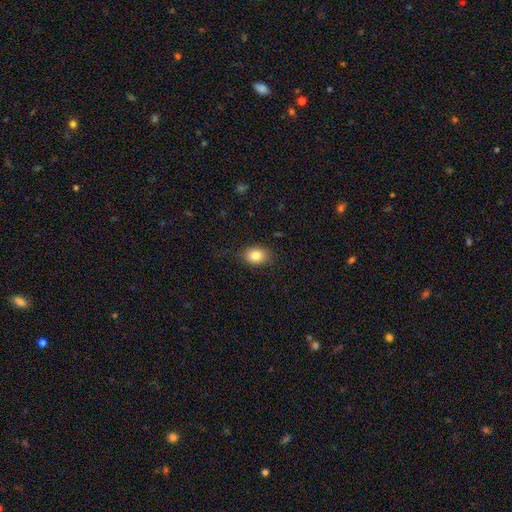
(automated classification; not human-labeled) Morphology: type=smooth (84%); roundness=in between (71%); merging=none (84%).